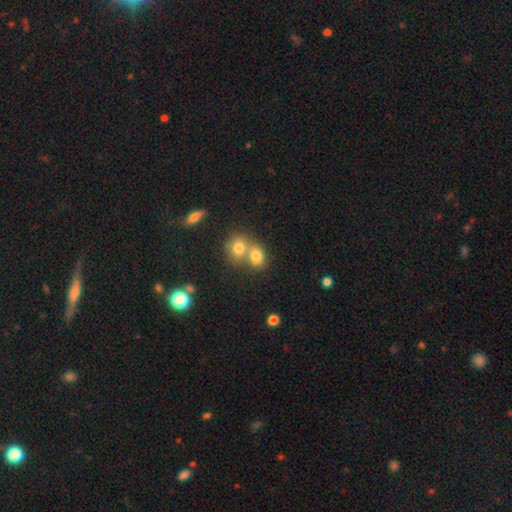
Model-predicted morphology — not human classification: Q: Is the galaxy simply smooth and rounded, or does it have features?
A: smooth — 75%.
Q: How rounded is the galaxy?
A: round — 54%.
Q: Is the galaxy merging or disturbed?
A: merger — 60%.